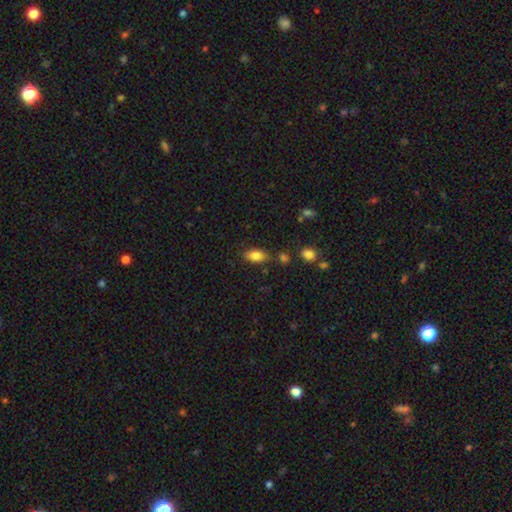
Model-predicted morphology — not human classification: Q: Smooth or featured?
A: smooth (83%); runner-up: featured or disk (9%)
Q: How rounded?
A: in between (89%); runner-up: cigar-shaped (6%)
Q: Merging?
A: none (76%); runner-up: minor disturbance (14%)